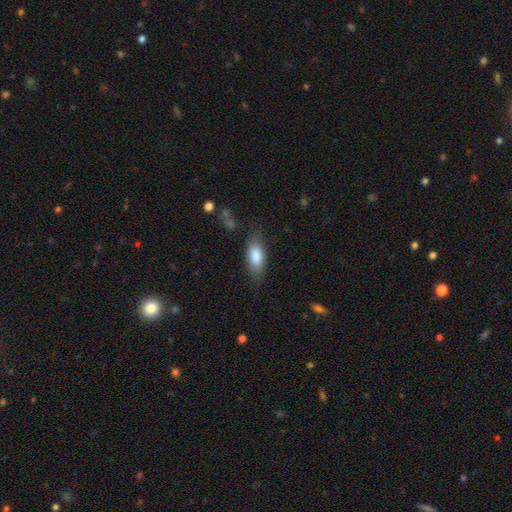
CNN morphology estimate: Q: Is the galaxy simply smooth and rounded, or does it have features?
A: smooth — 83%.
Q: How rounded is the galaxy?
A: in between — 80%.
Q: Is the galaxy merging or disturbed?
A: none — 78%.